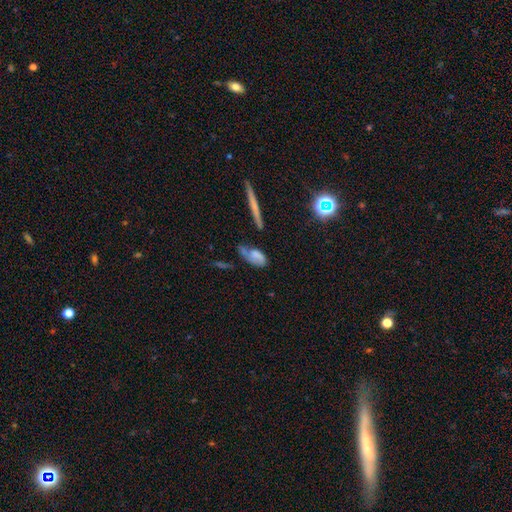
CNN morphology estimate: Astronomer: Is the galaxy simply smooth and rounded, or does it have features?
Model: smooth — 53% (runner-up: featured or disk, 37%).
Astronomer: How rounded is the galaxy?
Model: in between — 83%.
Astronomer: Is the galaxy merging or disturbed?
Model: none — 37% (runner-up: minor disturbance, 29%).